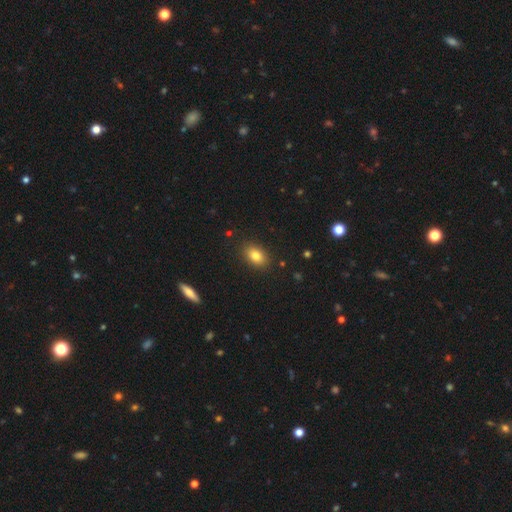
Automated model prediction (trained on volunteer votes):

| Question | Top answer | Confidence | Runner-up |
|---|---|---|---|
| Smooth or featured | smooth | 81% | star or artifact (10%) |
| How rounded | in between | 82% | round (16%) |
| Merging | none | 88% | minor disturbance (9%) |